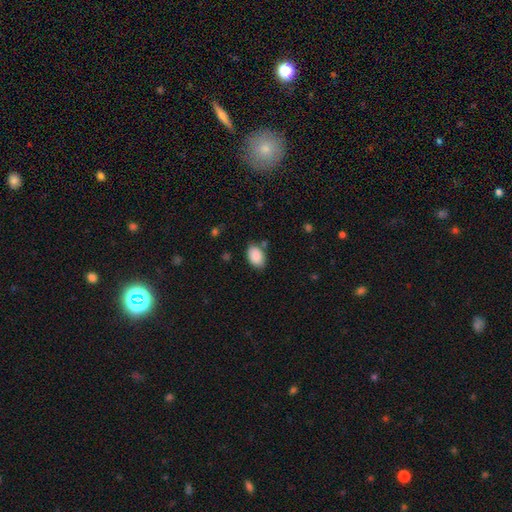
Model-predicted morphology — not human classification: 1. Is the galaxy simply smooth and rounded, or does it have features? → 89% smooth, 7% star or artifact, 4% featured or disk.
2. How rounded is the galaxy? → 89% in between, 10% round, 1% cigar-shaped.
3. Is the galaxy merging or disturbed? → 76% none, 16% minor disturbance, 4% merger, 4% major disturbance.